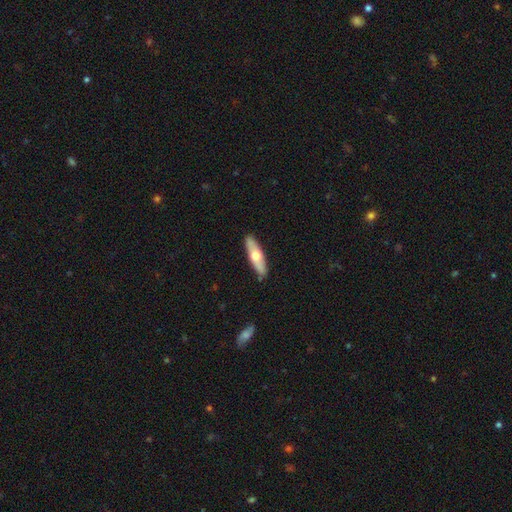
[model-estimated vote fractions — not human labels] This is possibly a smooth galaxy (55%). How rounded: likely cigar-shaped (63%). Merging: clearly none (88%).